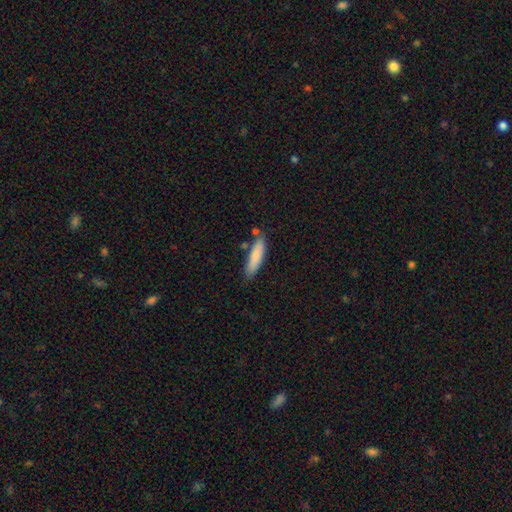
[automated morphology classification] The model was most divided on "how rounded": cigar-shaped: 73%, in between: 26%, round: 1%. More confident: smooth or featured — smooth (81%); merging — none (75%).